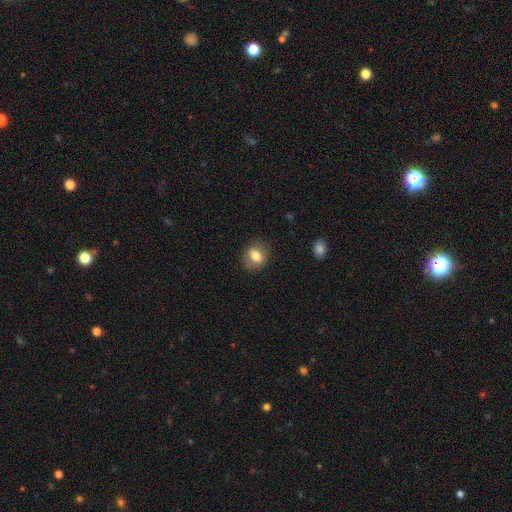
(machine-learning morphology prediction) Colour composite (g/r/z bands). It shows a smooth galaxy with no disk features (76%) that is round (50%). Merging: none (81%).